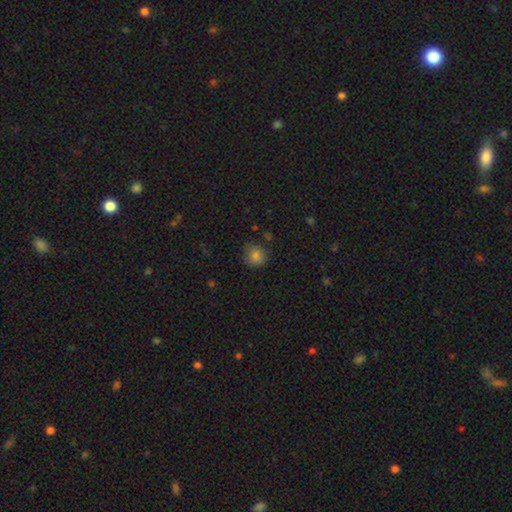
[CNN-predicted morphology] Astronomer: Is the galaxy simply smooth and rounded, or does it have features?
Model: smooth — 81%.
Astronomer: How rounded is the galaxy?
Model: round — 88%.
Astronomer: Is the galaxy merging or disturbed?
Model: none — 78%.